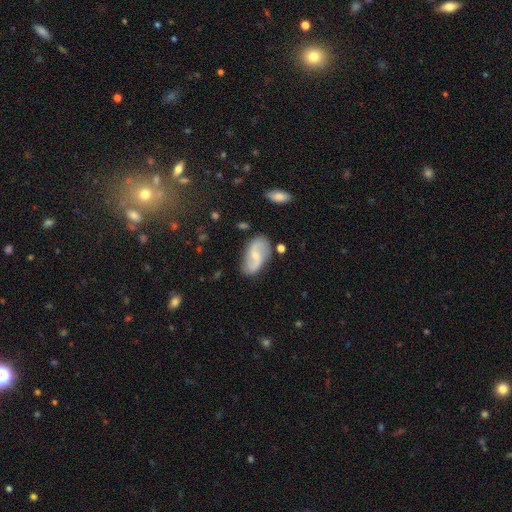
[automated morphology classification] The model was most divided on "bar": no: 46%, weak: 42%, strong: 13%. More confident: edge-on disk — no (96%); spiral arms — yes (91%); spiral arm count — 2 (91%); merging — none (79%); smooth or featured — featured or disk (73%); bulge size — small (65%); spiral winding — loose (62%).